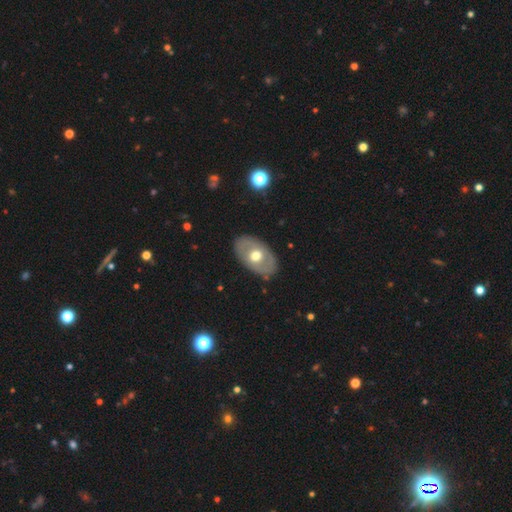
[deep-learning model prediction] This is possibly a featured or disk galaxy (50%). Merging: clearly none (85%).